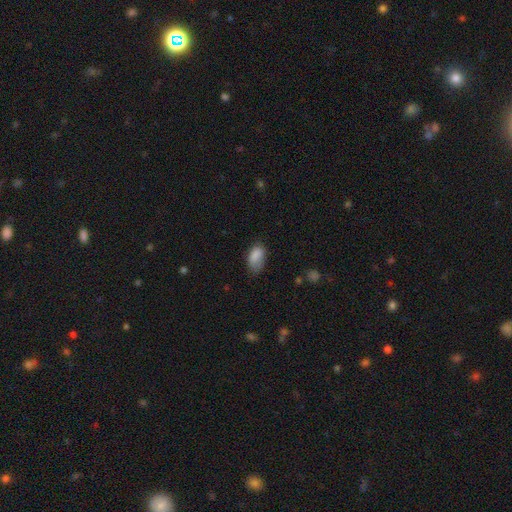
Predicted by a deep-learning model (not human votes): Q: Smooth or featured?
A: smooth (85%); runner-up: star or artifact (8%)
Q: How rounded?
A: in between (92%); runner-up: round (5%)
Q: Merging?
A: none (56%); runner-up: minor disturbance (33%)